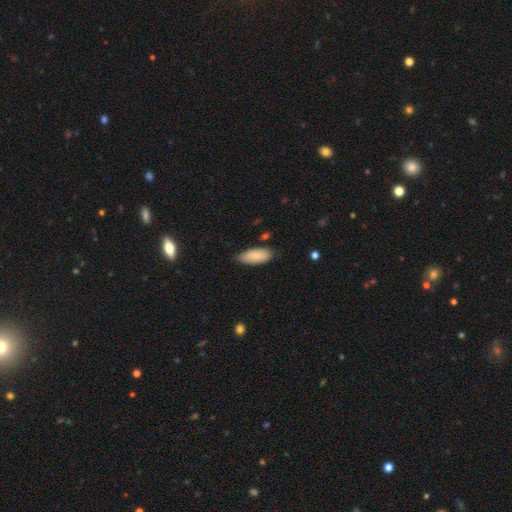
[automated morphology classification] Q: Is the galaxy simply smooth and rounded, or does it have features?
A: smooth — 83%.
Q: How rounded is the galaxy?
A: in between — 87%.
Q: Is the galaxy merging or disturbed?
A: none — 71%.